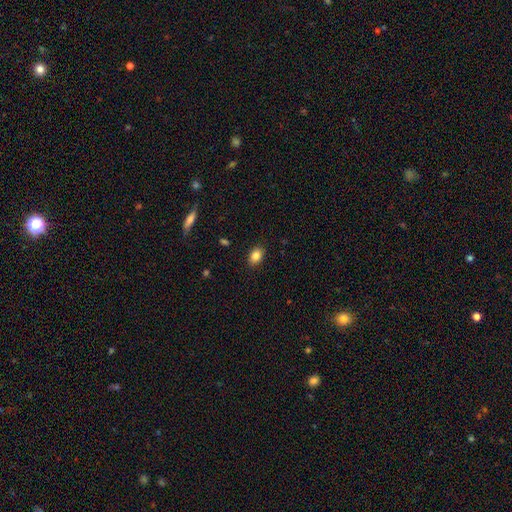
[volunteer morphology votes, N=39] Smooth or featured? 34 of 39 (87%) said smooth. How rounded? 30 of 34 (88%) said in between. Merging? 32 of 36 (89%) said none.